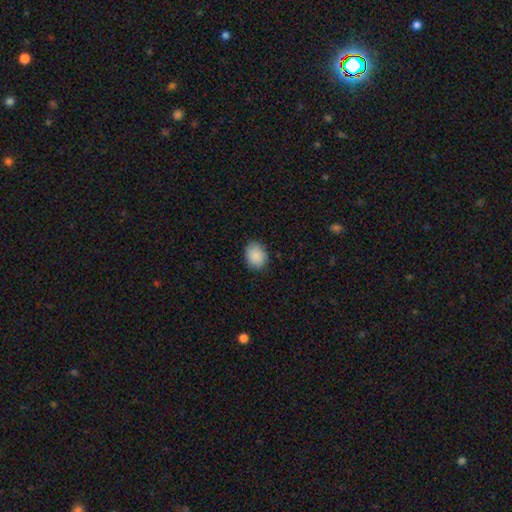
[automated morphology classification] Smooth or featured?
  - smooth: 90% *
  - star or artifact: 7%
  - featured or disk: 3%
How rounded?
  - in between: 54% *
  - round: 45%
  - cigar-shaped: 1%
Merging?
  - none: 86% *
  - minor disturbance: 11%
  - major disturbance: 2%
  - merger: 1%